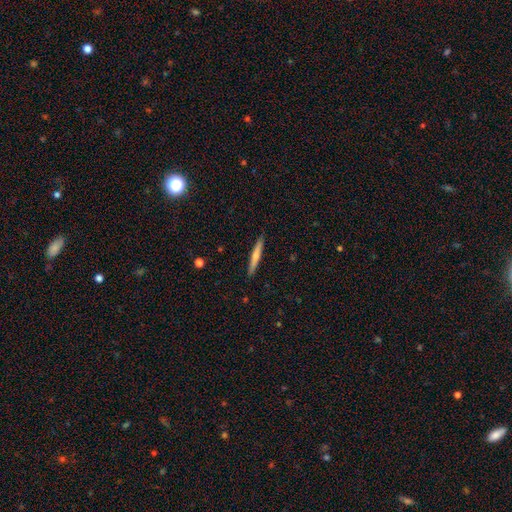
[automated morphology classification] A smooth galaxy with no disk features (53%) that is cigar-shaped (95%).

Vote fractions:
- Smooth or featured? smooth: 53% / featured or disk: 41% / star or artifact: 6%
- How rounded? cigar-shaped: 95% / in between: 4% / round: 1%
- Merging? none: 90% / minor disturbance: 7% / major disturbance: 1% / merger: 1%